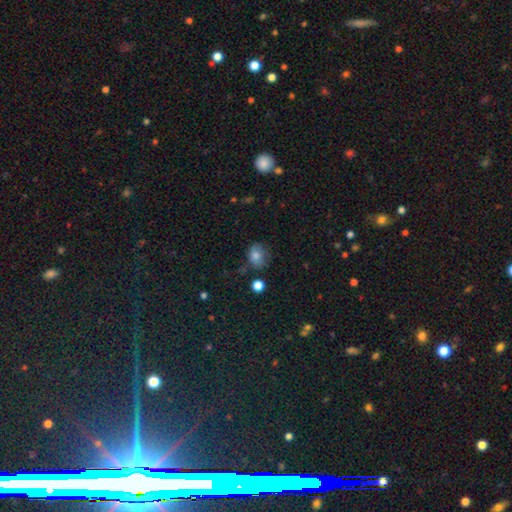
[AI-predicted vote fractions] This is likely a smooth galaxy (76%). How rounded: possibly round (58%). Merging: possibly none (59%).